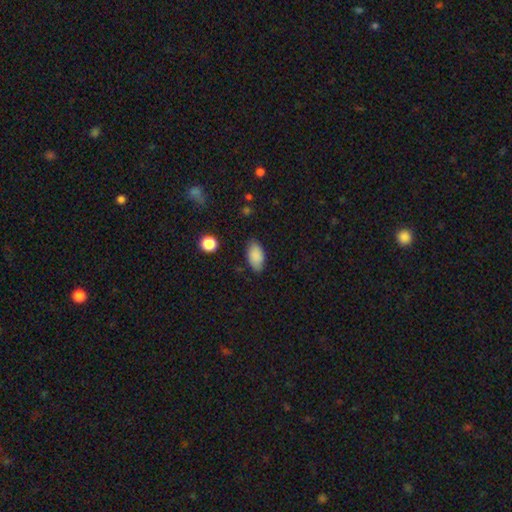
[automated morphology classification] Smooth or featured?
  - smooth: 86% *
  - star or artifact: 7%
  - featured or disk: 6%
How rounded?
  - in between: 93% *
  - round: 4%
  - cigar-shaped: 3%
Merging?
  - none: 78% *
  - minor disturbance: 17%
  - major disturbance: 3%
  - merger: 2%